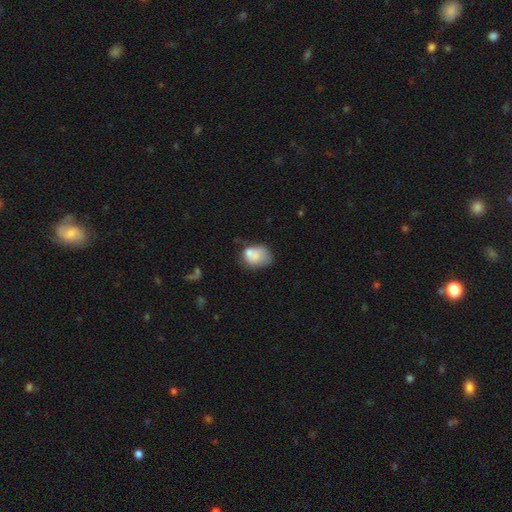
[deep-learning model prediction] smooth_or_featured: smooth (p=0.73) [alt: featured or disk p=0.18]
how_rounded: in between (p=0.60) [alt: round p=0.39]
merging: none (p=0.36) [alt: minor disturbance p=0.29]